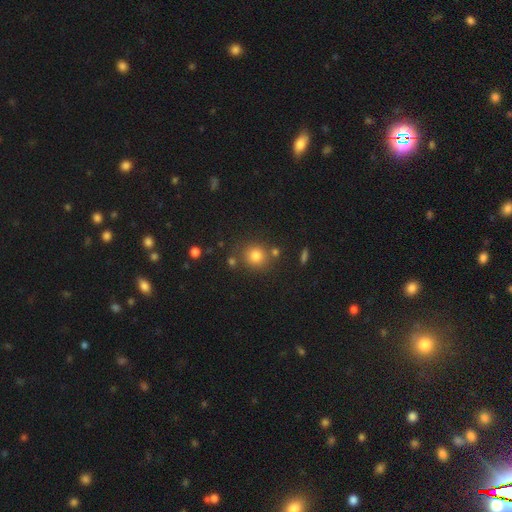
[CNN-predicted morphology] type=smooth (79%); roundness=round (88%); merging=none (76%).